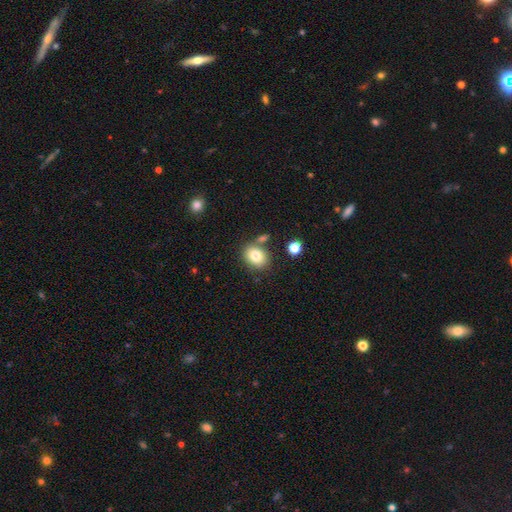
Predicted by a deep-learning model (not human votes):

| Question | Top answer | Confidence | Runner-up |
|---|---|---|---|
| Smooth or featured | smooth | 80% | featured or disk (10%) |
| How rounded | in between | 56% | round (43%) |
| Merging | none | 70% | merger (14%) |